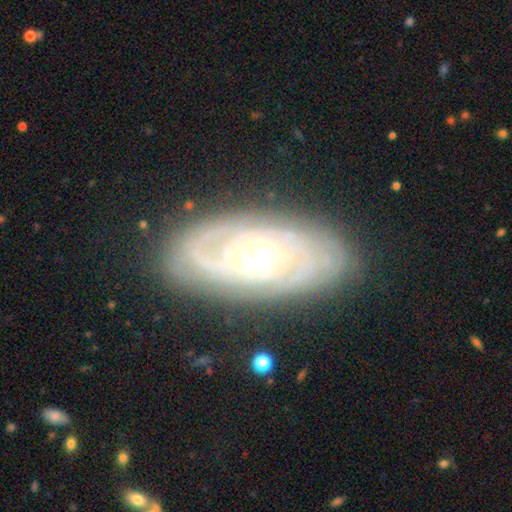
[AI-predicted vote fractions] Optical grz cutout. It shows a featured or disk galaxy (84%) with no bar (65%), 2 (39%) tight (74%) spiral arms (87%) and a moderate central bulge (69%). Merging: none (83%).